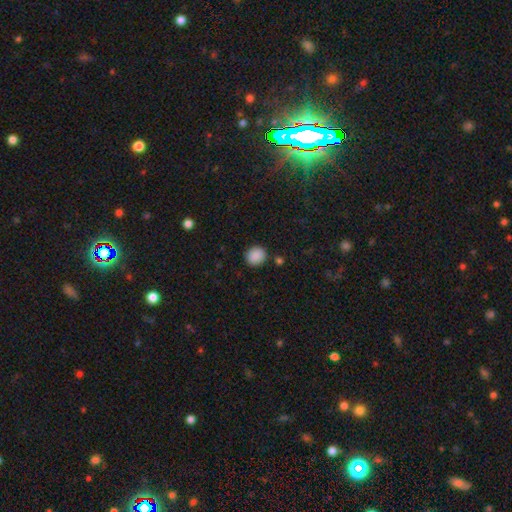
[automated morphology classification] Smooth or featured? Predicted: smooth (p=0.88). How rounded? Predicted: round (p=0.81). Merging? Predicted: none (p=0.85).